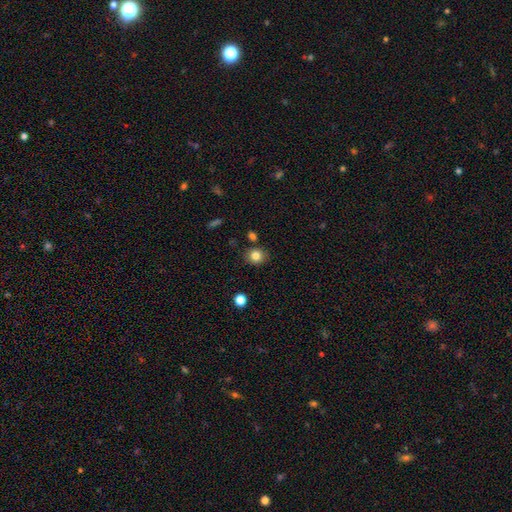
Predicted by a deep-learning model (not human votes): Smooth or featured? Predicted: smooth (p=0.82). How rounded? Predicted: round (p=0.74). Merging? Predicted: none (p=0.84).